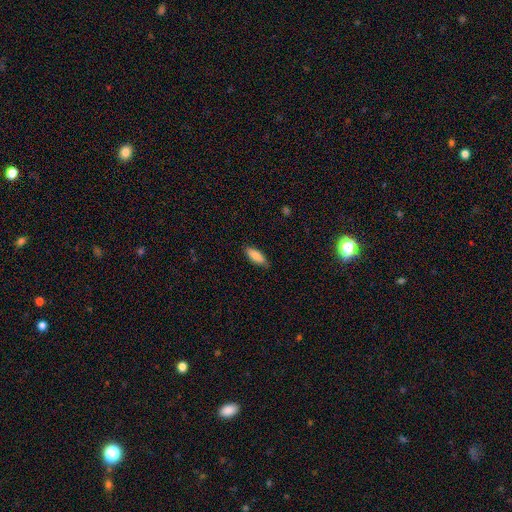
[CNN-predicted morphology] smooth_or_featured: smooth (p=0.85) [alt: featured or disk p=0.09]
how_rounded: in between (p=0.73) [alt: cigar-shaped p=0.26]
merging: none (p=0.83) [alt: minor disturbance p=0.13]